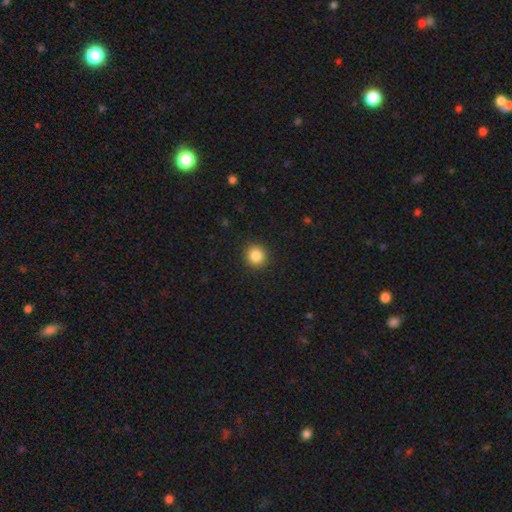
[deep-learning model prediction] The model was most divided on "smooth or featured": smooth: 86%, star or artifact: 10%, featured or disk: 4%. More confident: how rounded — round (92%); merging — none (91%).